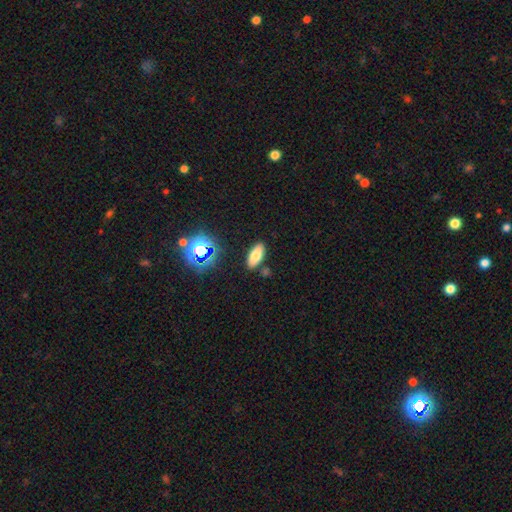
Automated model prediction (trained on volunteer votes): smooth-or-featured: smooth: 72% | star or artifact: 14% | featured or disk: 14%
  how-rounded: in between: 79% | cigar-shaped: 17% | round: 4%
  merging: none: 85% | minor disturbance: 9% | merger: 4% | major disturbance: 2%